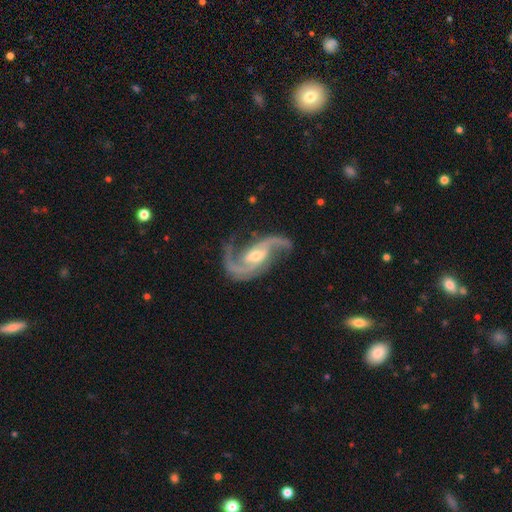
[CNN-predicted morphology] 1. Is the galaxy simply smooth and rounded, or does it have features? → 94% featured or disk, 4% star or artifact, 2% smooth.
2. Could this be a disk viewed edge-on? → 97% no, 3% yes.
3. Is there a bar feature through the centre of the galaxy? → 44% weak, 29% no, 27% strong.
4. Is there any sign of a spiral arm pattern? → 98% yes, 2% no.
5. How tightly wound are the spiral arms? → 50% medium, 38% loose, 12% tight.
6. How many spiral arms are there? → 91% 2, 3% 3, 2% can't tell, 1% 1, 1% 4, 1% more than 4.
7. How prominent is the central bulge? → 58% moderate, 37% small, 3% large, 2% none, 1% dominant.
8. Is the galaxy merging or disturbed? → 75% none, 15% minor disturbance, 8% major disturbance, 2% merger.